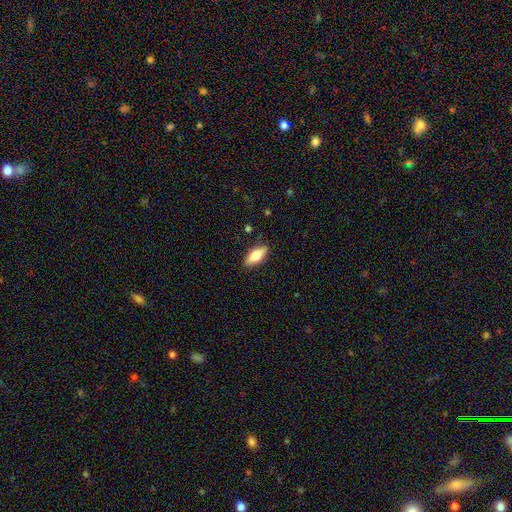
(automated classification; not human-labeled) smooth-or-featured: smooth: 69% | featured or disk: 24% | star or artifact: 6%
  how-rounded: in between: 76% | cigar-shaped: 21% | round: 3%
  merging: none: 86% | minor disturbance: 10% | major disturbance: 2% | merger: 1%